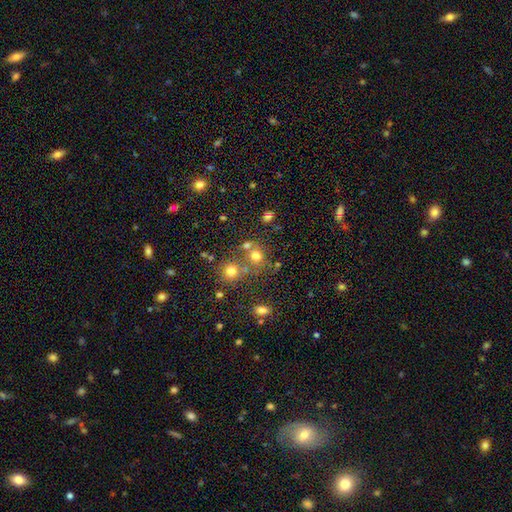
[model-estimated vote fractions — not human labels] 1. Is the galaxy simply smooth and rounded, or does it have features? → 70% smooth, 19% star or artifact, 11% featured or disk.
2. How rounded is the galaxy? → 78% round, 21% in between, 1% cigar-shaped.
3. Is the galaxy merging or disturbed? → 57% none, 27% merger, 11% minor disturbance, 5% major disturbance.